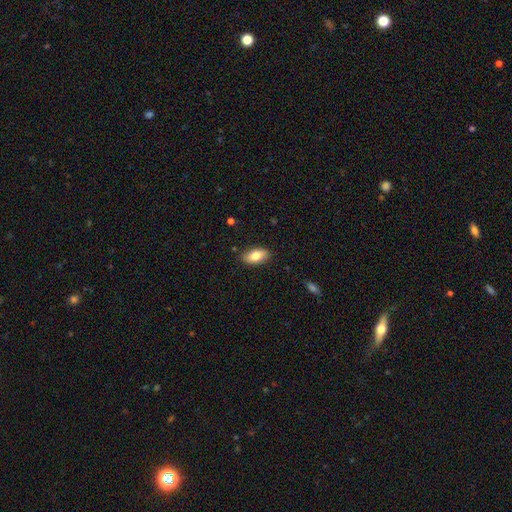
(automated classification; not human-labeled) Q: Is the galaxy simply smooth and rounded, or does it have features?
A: smooth — 79%.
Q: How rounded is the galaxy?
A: in between — 91%.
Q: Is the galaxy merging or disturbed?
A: none — 86%.